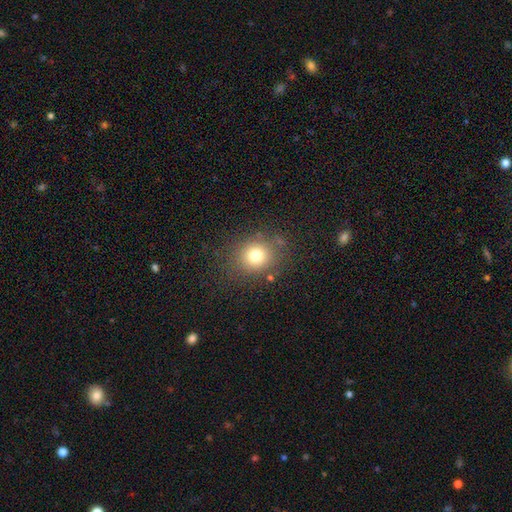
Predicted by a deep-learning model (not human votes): Smooth or featured? smooth (76%)
How rounded? round (78%)
Merging? none (82%)